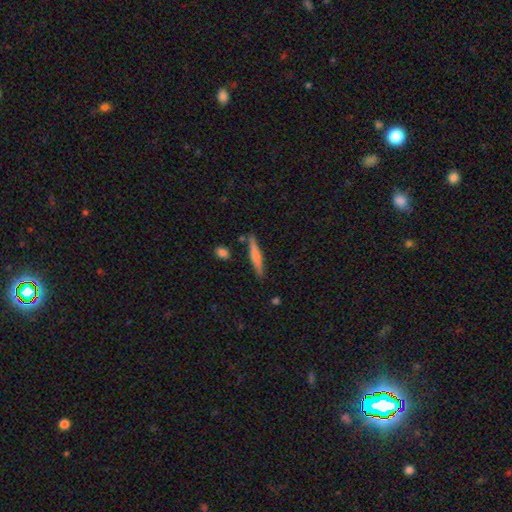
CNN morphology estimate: The model was most divided on "smooth or featured": smooth: 57%, featured or disk: 37%, star or artifact: 6%. More confident: how rounded — cigar-shaped (92%); merging — none (84%).